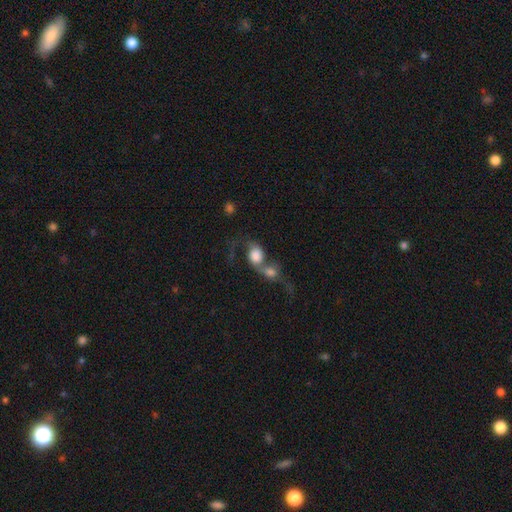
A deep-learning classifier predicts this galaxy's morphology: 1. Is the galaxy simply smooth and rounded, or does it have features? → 55% smooth, 35% featured or disk, 10% star or artifact.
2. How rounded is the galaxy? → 56% round, 42% in between, 2% cigar-shaped.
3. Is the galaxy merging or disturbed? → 78% merger, 9% none, 9% major disturbance, 5% minor disturbance.